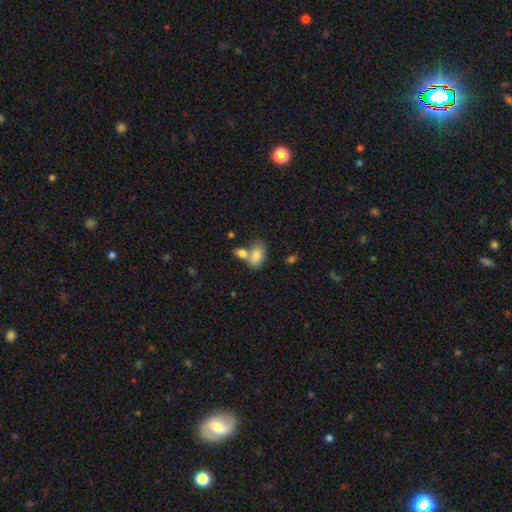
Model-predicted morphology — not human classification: The model was most divided on "merging": merger: 49%, none: 34%, minor disturbance: 12%, major disturbance: 5%. More confident: how rounded — in between (90%); smooth or featured — smooth (81%).